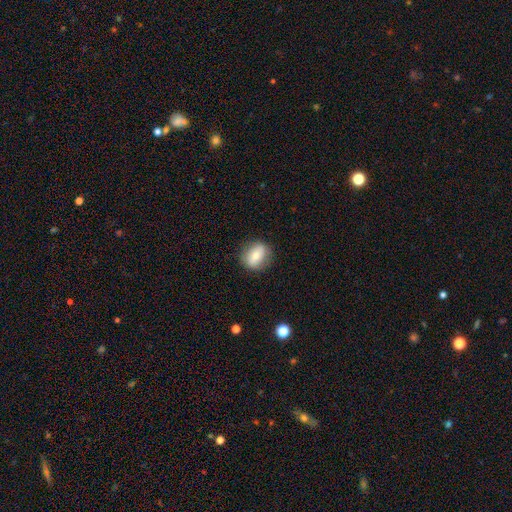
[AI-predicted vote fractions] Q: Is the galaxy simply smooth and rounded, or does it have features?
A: smooth — 68%.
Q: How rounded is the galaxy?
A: round — 50%.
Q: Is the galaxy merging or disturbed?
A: none — 84%.